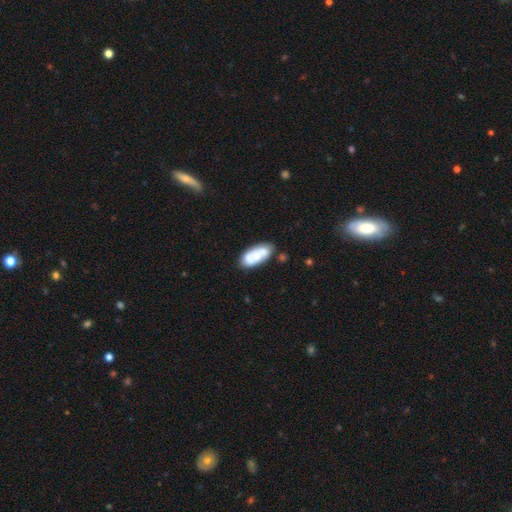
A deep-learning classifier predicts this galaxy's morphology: smooth 55%, featured or disk 38%, star or artifact 6%. Down the decision tree: how rounded — in between (89%); merging — none (57%).